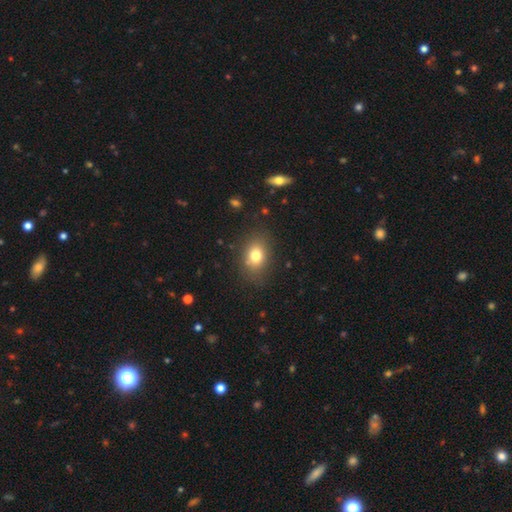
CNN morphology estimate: Overall: smooth (78%). How rounded: in between (68%; round 30%). Merging: none (82%).